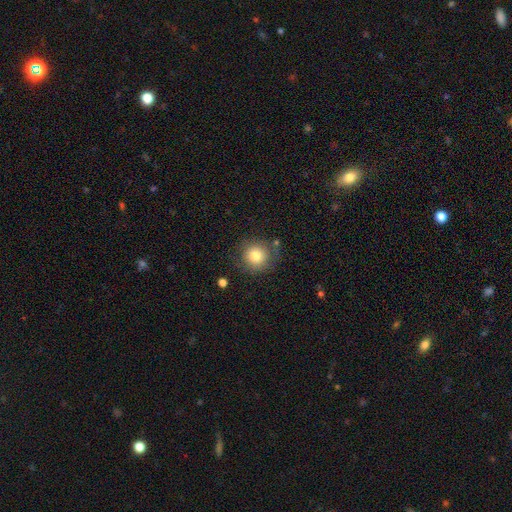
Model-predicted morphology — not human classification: A smooth galaxy with no disk features (79%) that is round (91%). Merging: none (77%).